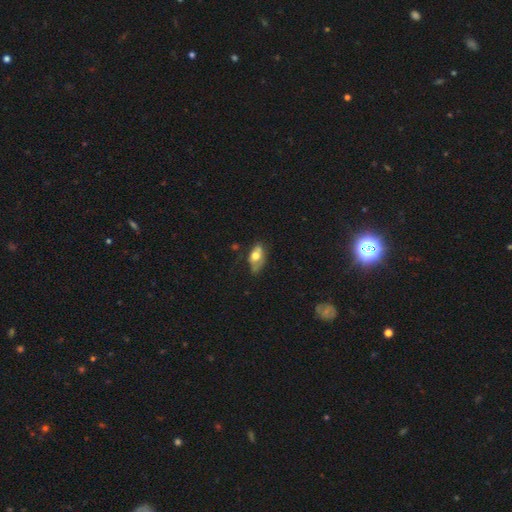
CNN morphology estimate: smooth 61%, featured or disk 32%, star or artifact 7%. Down the decision tree: how rounded — in between (88%); merging — none (54%).